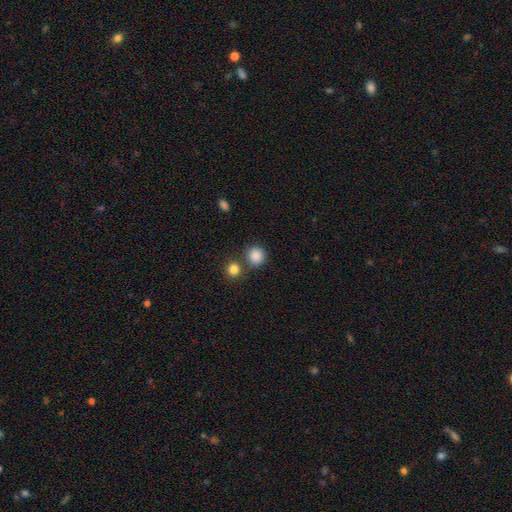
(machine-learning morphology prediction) Smooth or featured? Predicted: smooth (p=0.86). How rounded? Predicted: round (p=0.89). Merging? Predicted: none (p=0.74).